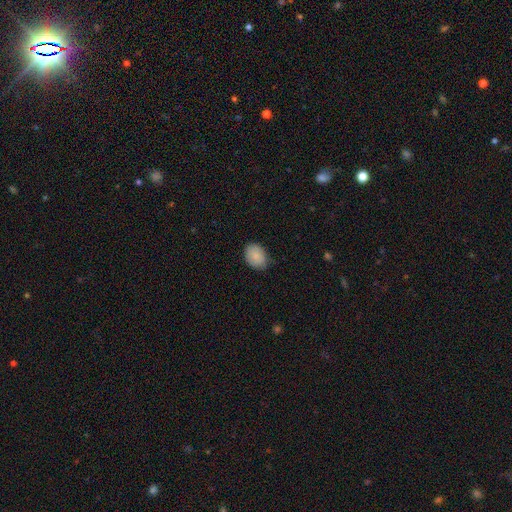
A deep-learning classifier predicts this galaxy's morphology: smooth 86%, featured or disk 7%, star or artifact 7%. Down the decision tree: how rounded — in between (73%); merging — none (77%).